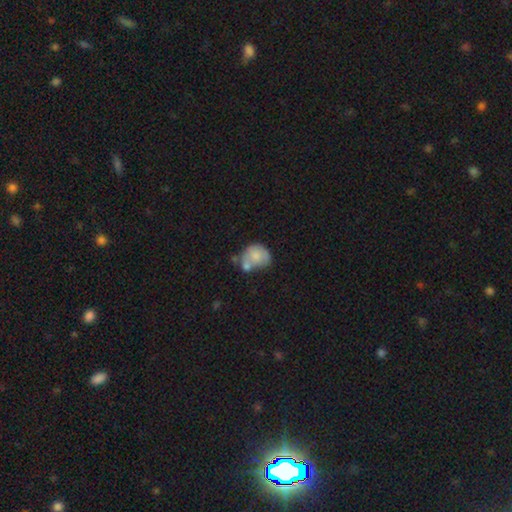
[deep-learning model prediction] smooth-or-featured: smooth: 70% | featured or disk: 23% | star or artifact: 8%
  how-rounded: round: 58% | in between: 41% | cigar-shaped: 1%
  merging: merger: 35% | none: 29% | minor disturbance: 23% | major disturbance: 12%